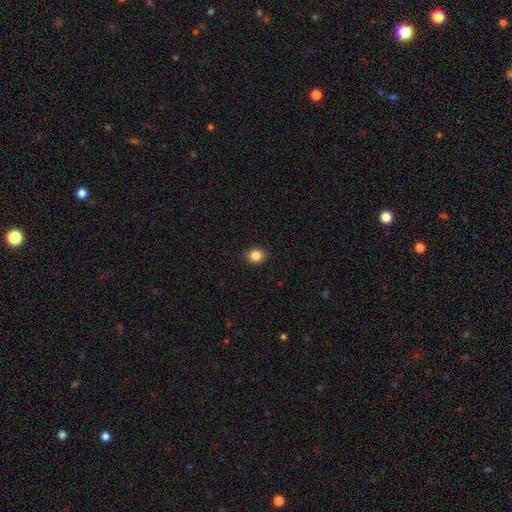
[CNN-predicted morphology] type=smooth (85%); roundness=round (70%); merging=none (91%).